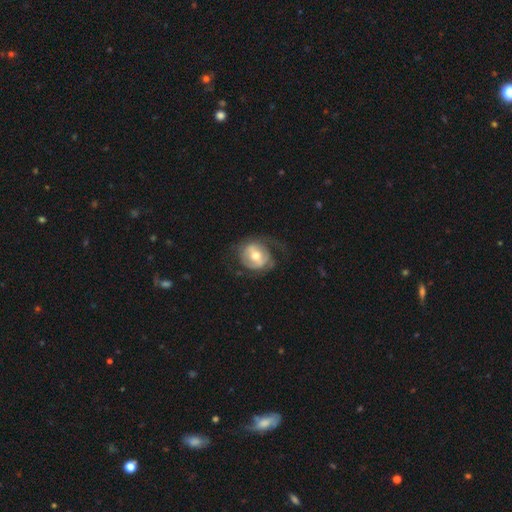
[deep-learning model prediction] A featured or disk galaxy (58%) with a weak bar (40%), spiral arms (57%) and a moderate central bulge (72%). Merging: none (54%).